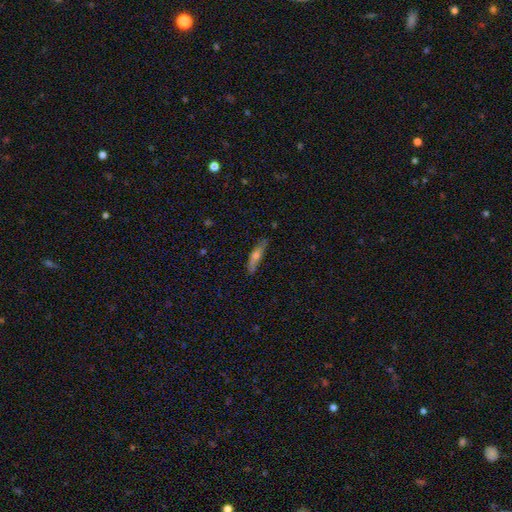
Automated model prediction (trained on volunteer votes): smooth 51%, featured or disk 42%, star or artifact 7%. Down the decision tree: how rounded — cigar-shaped (78%); merging — none (80%).